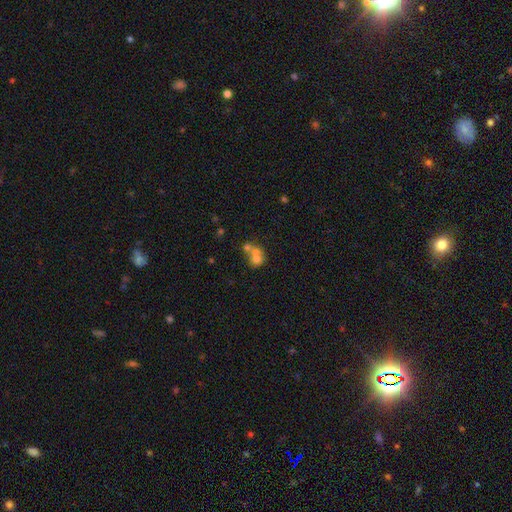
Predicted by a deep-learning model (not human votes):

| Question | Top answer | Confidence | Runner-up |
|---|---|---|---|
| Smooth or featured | smooth | 63% | featured or disk (24%) |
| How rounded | round | 71% | in between (28%) |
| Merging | merger | 62% | none (26%) |